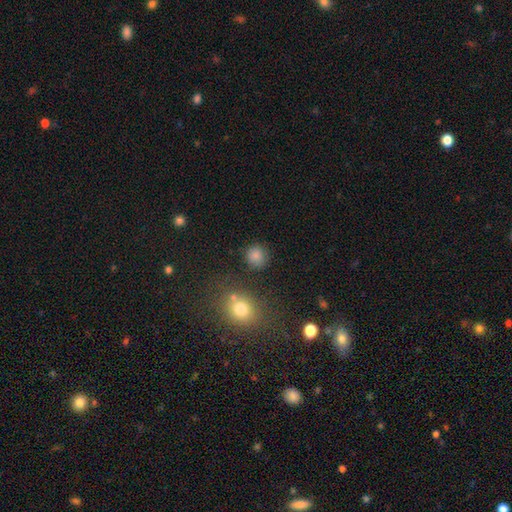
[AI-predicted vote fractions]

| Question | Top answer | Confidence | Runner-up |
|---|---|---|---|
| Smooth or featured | smooth | 84% | star or artifact (11%) |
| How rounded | round | 88% | in between (11%) |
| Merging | none | 83% | minor disturbance (9%) |